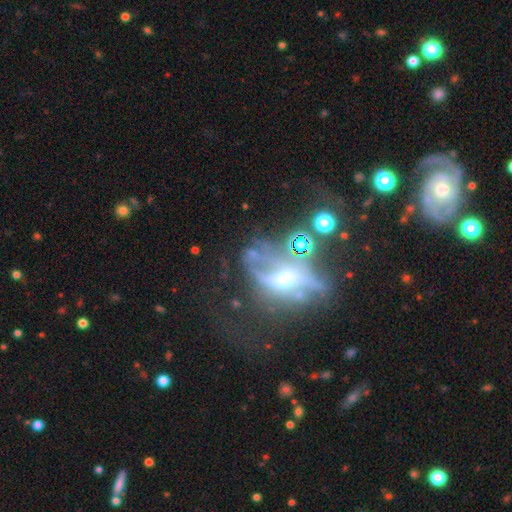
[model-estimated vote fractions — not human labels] Smooth or featured?
  - featured or disk: 57% *
  - star or artifact: 23%
  - smooth: 20%
Edge-on disk?
  - no: 77% *
  - yes: 23%
Merging?
  - none: 41% *
  - major disturbance: 27%
  - minor disturbance: 17%
  - merger: 15%